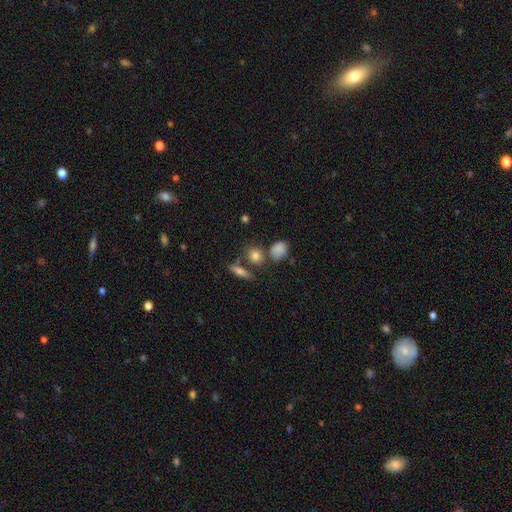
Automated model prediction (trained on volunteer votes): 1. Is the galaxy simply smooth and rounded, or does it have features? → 71% smooth, 16% star or artifact, 13% featured or disk.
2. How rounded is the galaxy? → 58% round, 33% in between, 9% cigar-shaped.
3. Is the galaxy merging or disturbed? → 67% none, 15% merger, 13% minor disturbance, 5% major disturbance.